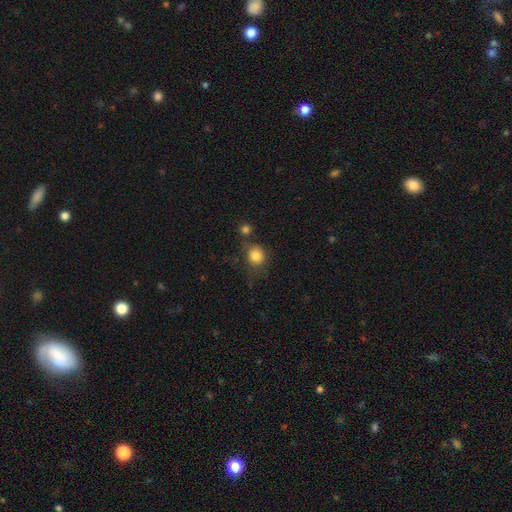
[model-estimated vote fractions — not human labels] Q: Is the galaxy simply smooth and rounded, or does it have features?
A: smooth — 83%.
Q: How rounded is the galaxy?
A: round — 81%.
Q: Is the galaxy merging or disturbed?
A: none — 62%.